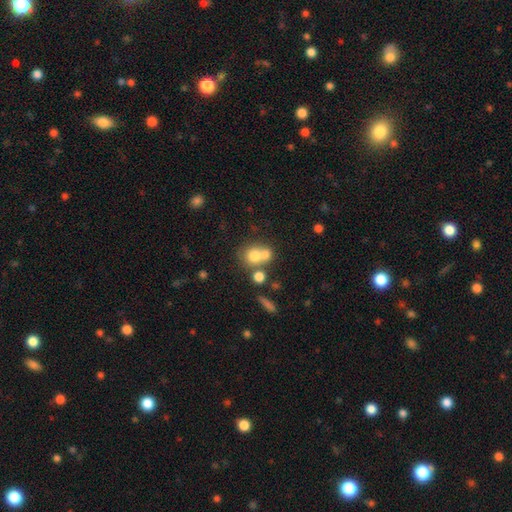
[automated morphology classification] type=smooth (70%); roundness=round (77%); merging=merger (52%).